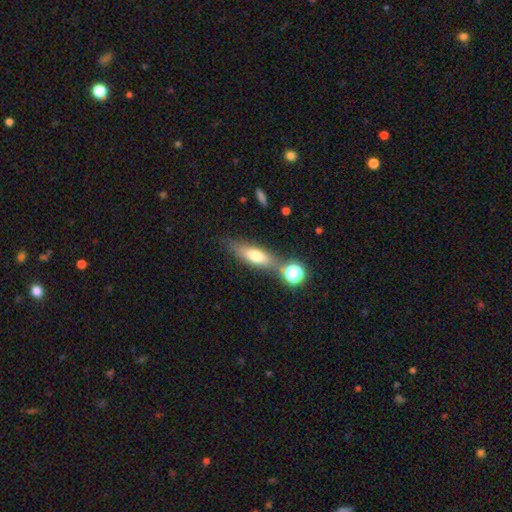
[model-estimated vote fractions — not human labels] Q: Smooth or featured?
A: smooth (64%); runner-up: featured or disk (26%)
Q: How rounded?
A: in between (49%); runner-up: cigar-shaped (47%)
Q: Merging?
A: none (65%); runner-up: minor disturbance (15%)